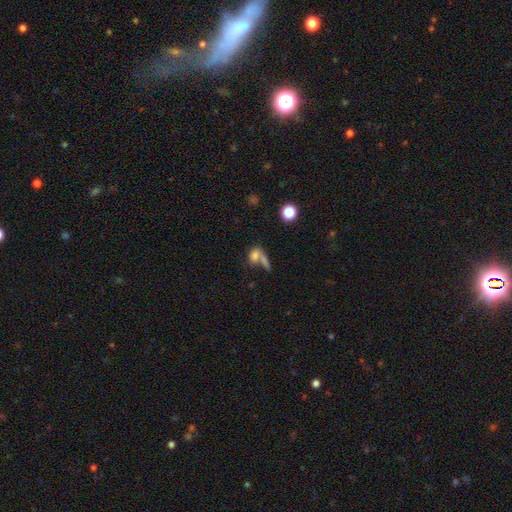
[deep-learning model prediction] Overall: smooth (72%). How rounded: in between (58%; round 31%). Merging: merger (46%; none 33%).